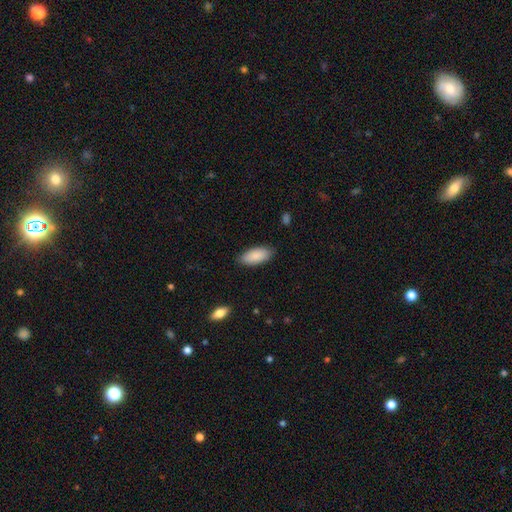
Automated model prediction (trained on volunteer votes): Smooth or featured?
  - smooth: 89% *
  - star or artifact: 6%
  - featured or disk: 5%
How rounded?
  - in between: 89% *
  - cigar-shaped: 10%
  - round: 2%
Merging?
  - none: 86% *
  - minor disturbance: 11%
  - major disturbance: 2%
  - merger: 1%